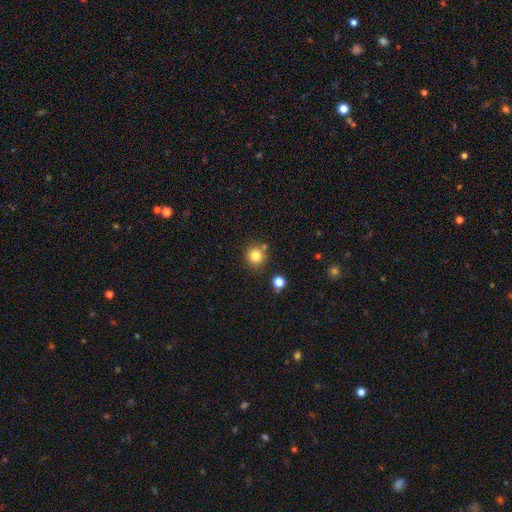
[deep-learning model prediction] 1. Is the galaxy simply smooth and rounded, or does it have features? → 82% smooth, 12% star or artifact, 6% featured or disk.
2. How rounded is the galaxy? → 92% round, 7% in between, 1% cigar-shaped.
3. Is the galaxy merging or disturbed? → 76% none, 10% minor disturbance, 10% merger, 3% major disturbance.